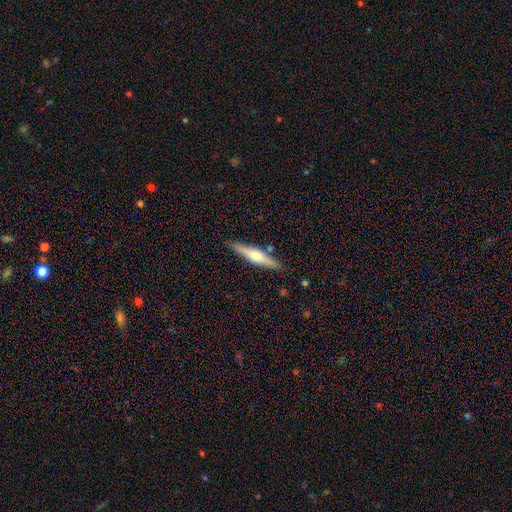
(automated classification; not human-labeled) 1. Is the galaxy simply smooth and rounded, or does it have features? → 58% featured or disk, 36% smooth, 6% star or artifact.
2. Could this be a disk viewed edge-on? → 96% yes, 4% no.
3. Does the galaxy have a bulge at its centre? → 83% rounded, 10% boxy, 6% none.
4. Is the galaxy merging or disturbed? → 87% none, 9% minor disturbance, 2% merger, 2% major disturbance.